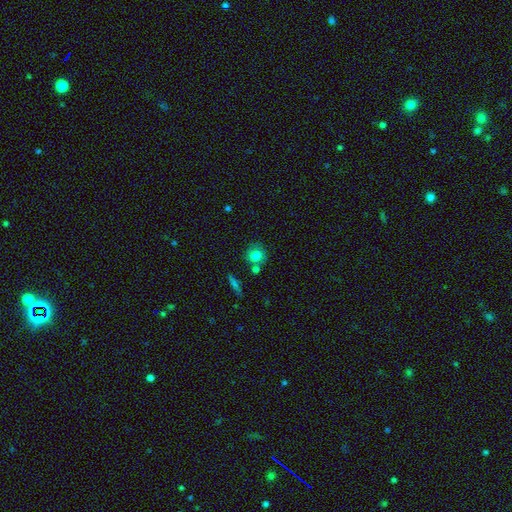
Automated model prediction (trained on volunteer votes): This is likely a smooth galaxy (78%). How rounded: clearly round (84%). Merging: likely none (67%).